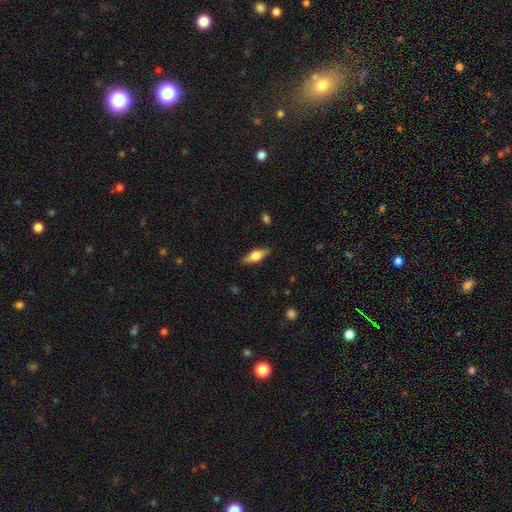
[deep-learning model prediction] This appears to be a smooth galaxy with no disk features (58%) that is in between round and cigar-shaped (65%). Merging: none (86%).